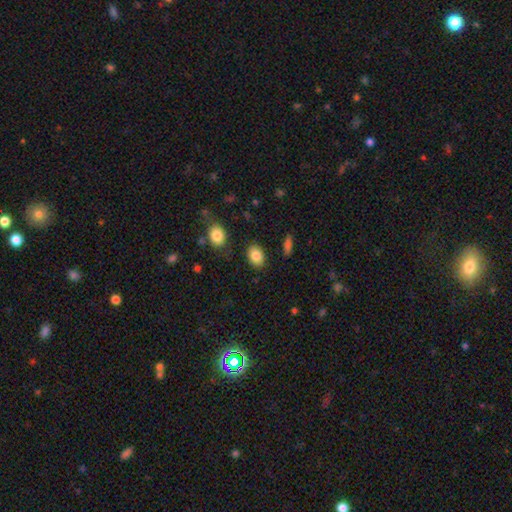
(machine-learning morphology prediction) The model was most divided on "how rounded": in between: 77%, round: 22%, cigar-shaped: 1%. More confident: smooth or featured — smooth (85%); merging — none (83%).